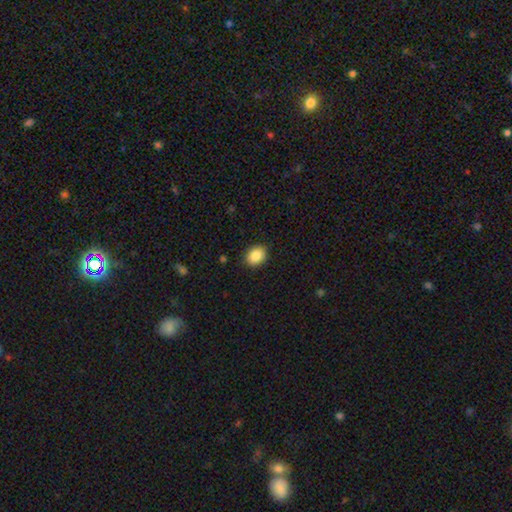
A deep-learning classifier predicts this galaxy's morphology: smooth_or_featured: smooth (p=0.87) [alt: star or artifact p=0.08]
how_rounded: in between (p=0.50) [alt: round p=0.49]
merging: none (p=0.89) [alt: minor disturbance p=0.08]